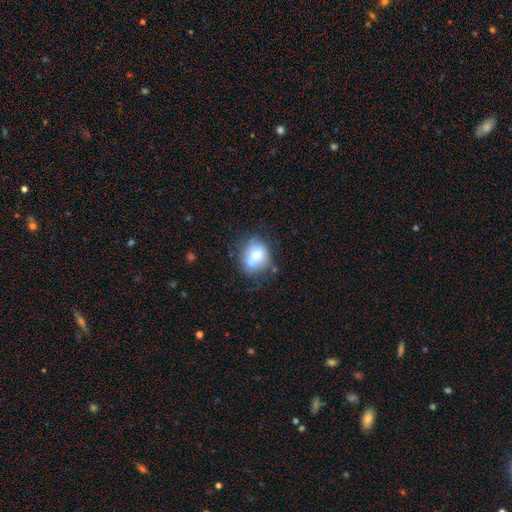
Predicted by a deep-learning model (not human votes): Morphology: type=smooth (65%); roundness=round (59%); merging=none (52%).